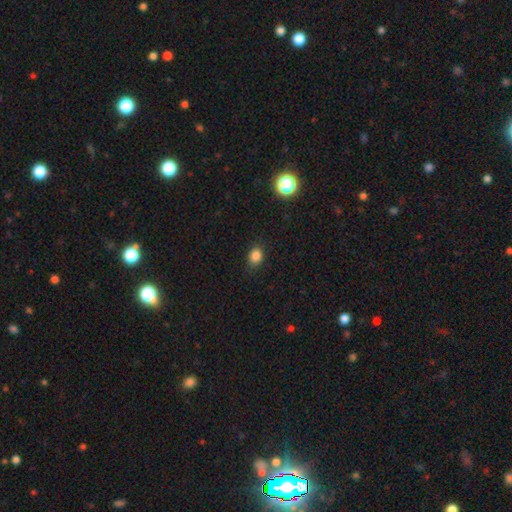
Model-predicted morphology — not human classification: A smooth galaxy with no disk features (84%) that is in between round and cigar-shaped (56%). Merging: none (85%).